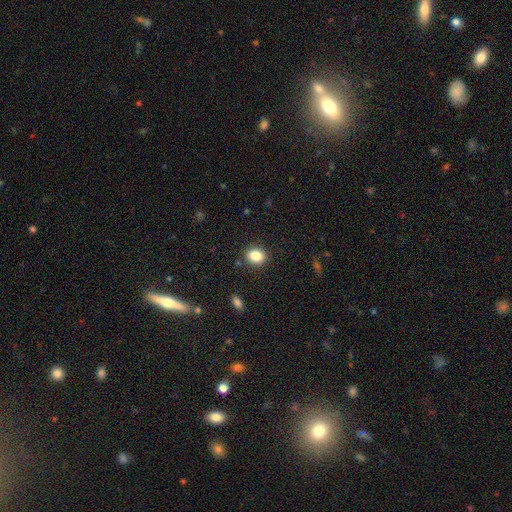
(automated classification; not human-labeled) smooth_or_featured: smooth (p=0.85) [alt: star or artifact p=0.10]
how_rounded: round (p=0.51) [alt: in between p=0.48]
merging: none (p=0.87) [alt: minor disturbance p=0.08]